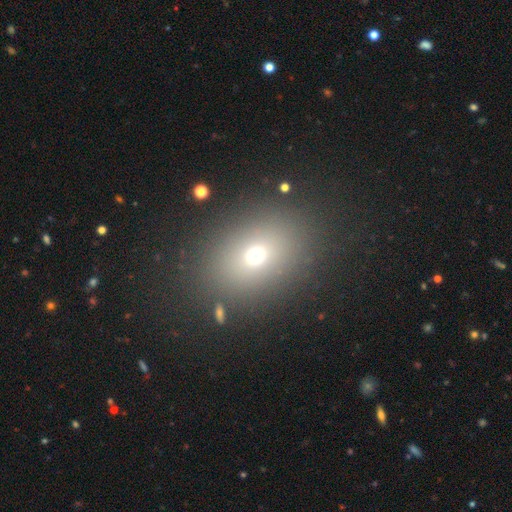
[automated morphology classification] The model was most divided on "how rounded": in between: 62%, round: 37%, cigar-shaped: 1%. More confident: merging — none (86%); smooth or featured — smooth (66%).